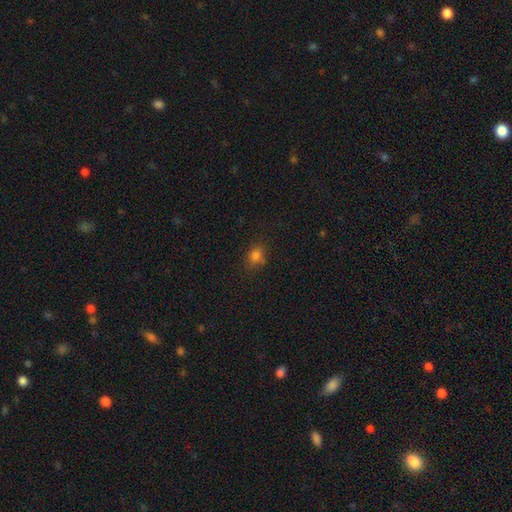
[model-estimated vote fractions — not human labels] This appears to be a smooth galaxy with no disk features (78%) that is round (52%). Merging: none (75%).